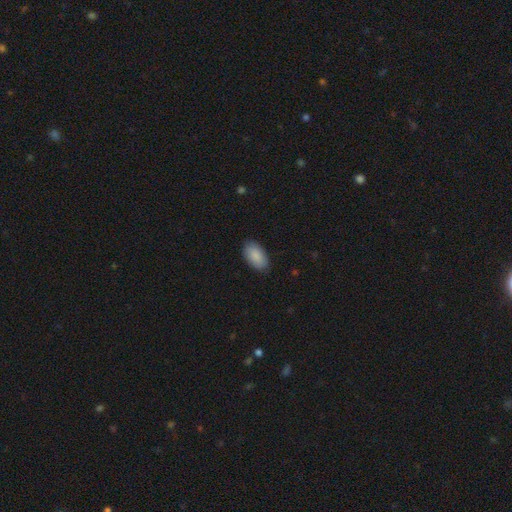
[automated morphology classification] Smooth or featured? smooth (90%)
How rounded? in between (95%)
Merging? none (86%)